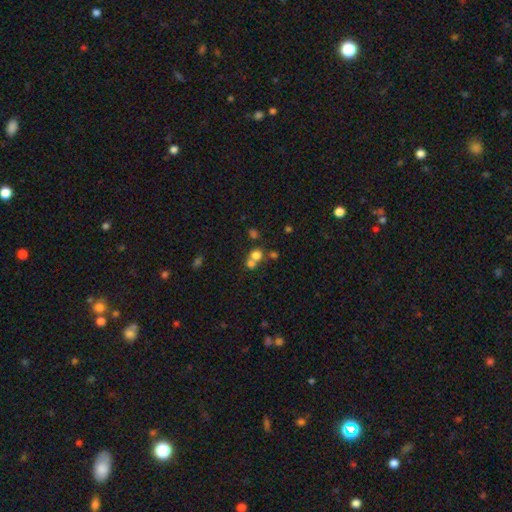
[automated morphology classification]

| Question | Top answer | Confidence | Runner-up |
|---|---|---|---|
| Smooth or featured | smooth | 71% | star or artifact (18%) |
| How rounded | round | 84% | in between (15%) |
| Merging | merger | 48% | none (43%) |